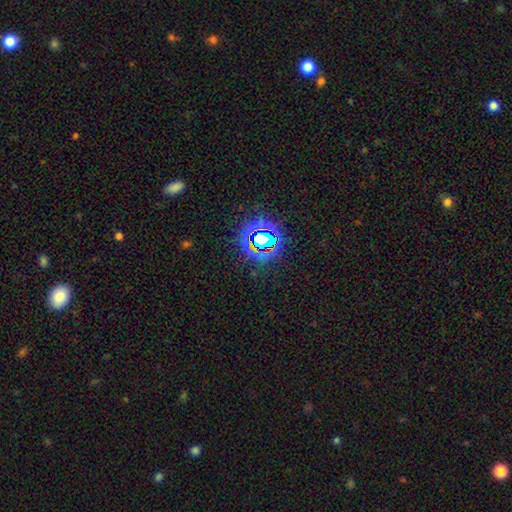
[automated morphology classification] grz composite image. It shows a star or artifact, not a galaxy (74%).